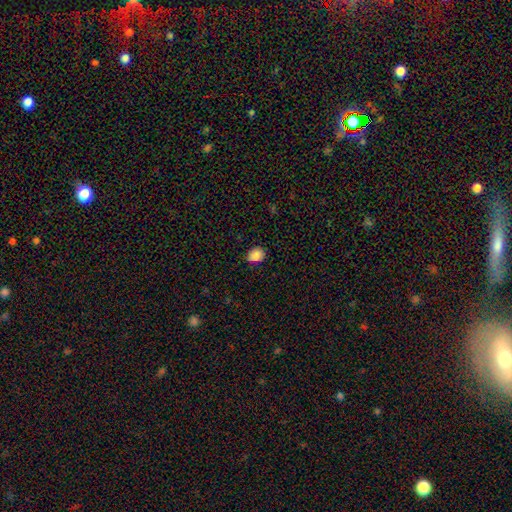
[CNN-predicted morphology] Smooth or featured? smooth (86%)
How rounded? round (58%)
Merging? none (80%)